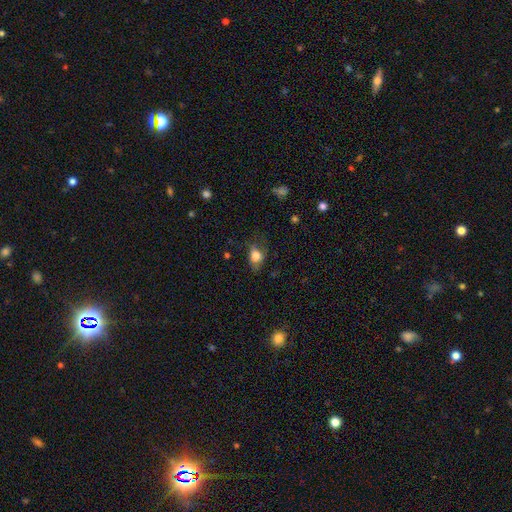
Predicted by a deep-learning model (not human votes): The model was most divided on "merging": none: 57%, minor disturbance: 27%, major disturbance: 14%, merger: 2%. More confident: smooth or featured — smooth (76%); how rounded — in between (71%).